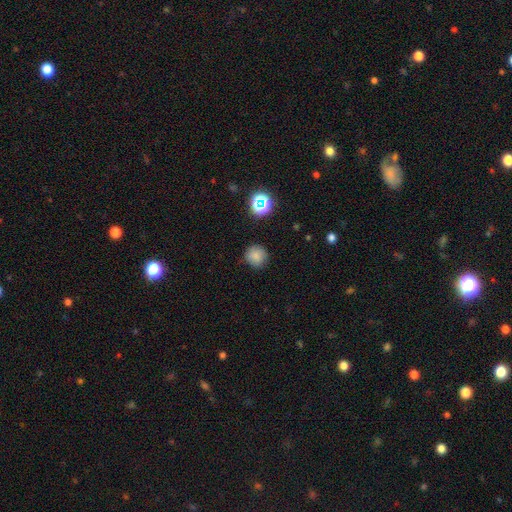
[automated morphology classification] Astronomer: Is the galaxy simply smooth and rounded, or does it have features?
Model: smooth — 80%.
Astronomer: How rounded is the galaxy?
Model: round — 92%.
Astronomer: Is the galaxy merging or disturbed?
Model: none — 86%.